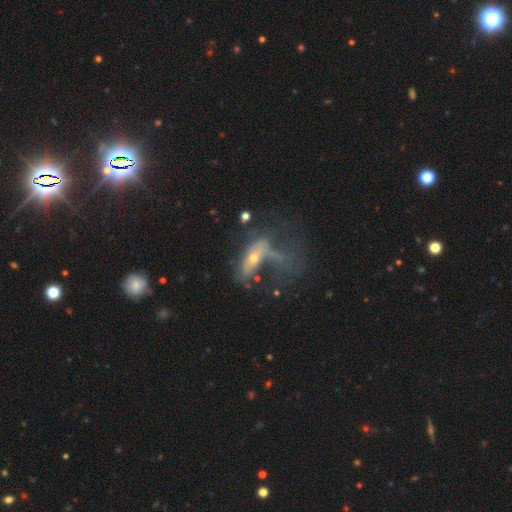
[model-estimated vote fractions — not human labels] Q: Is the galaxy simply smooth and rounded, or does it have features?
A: featured or disk — 50%.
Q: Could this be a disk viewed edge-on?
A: no — 78%.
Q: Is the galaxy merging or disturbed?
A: major disturbance — 55%.